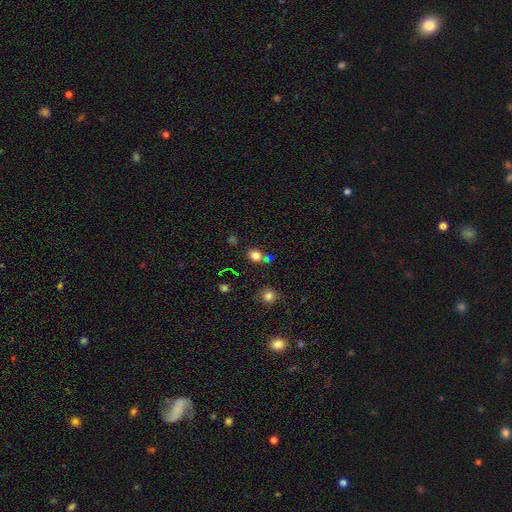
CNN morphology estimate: A smooth galaxy with no disk features (78%) that is round (50%).

Vote fractions:
- Smooth or featured? smooth: 78% / star or artifact: 15% / featured or disk: 6%
- How rounded? round: 50% / in between: 49% / cigar-shaped: 1%
- Merging? none: 58% / merger: 26% / minor disturbance: 11% / major disturbance: 5%